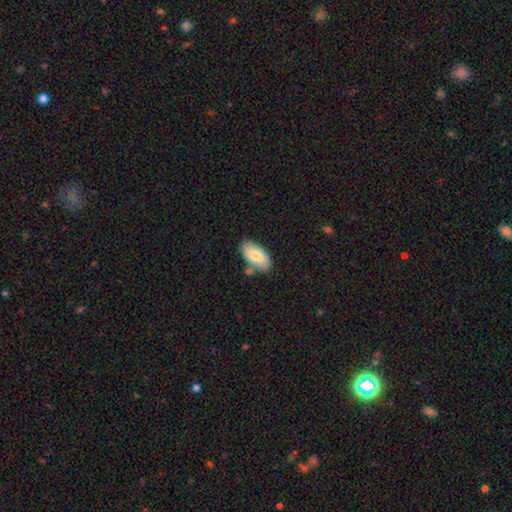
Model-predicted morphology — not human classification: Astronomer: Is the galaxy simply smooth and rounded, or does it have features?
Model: smooth — 76%.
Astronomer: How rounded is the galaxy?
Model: in between — 93%.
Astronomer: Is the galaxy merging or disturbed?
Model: none — 72%.